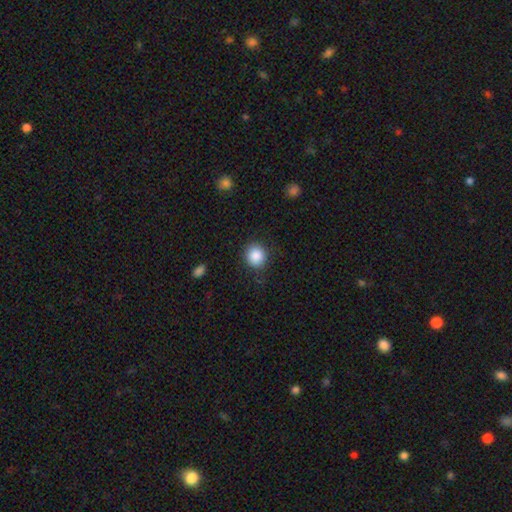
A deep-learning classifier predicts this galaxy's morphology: Smooth or featured? Predicted: smooth (p=0.87). How rounded? Predicted: round (p=0.85). Merging? Predicted: none (p=0.85).